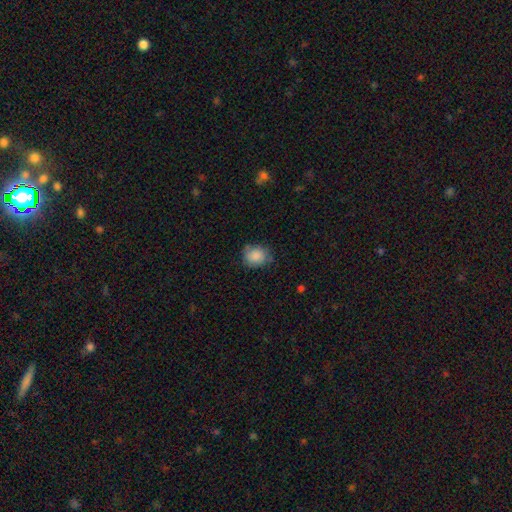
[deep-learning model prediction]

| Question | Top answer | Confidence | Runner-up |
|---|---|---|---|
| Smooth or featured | smooth | 85% | star or artifact (8%) |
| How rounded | round | 69% | in between (30%) |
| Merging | none | 68% | minor disturbance (24%) |